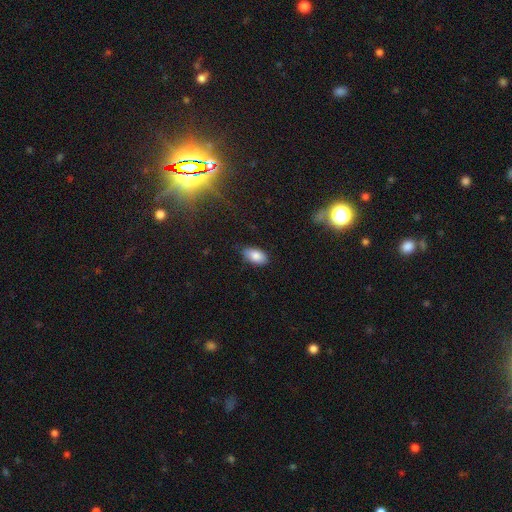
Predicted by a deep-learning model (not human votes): Q: Smooth or featured?
A: smooth (85%); runner-up: star or artifact (8%)
Q: How rounded?
A: in between (94%); runner-up: round (4%)
Q: Merging?
A: none (78%); runner-up: minor disturbance (18%)